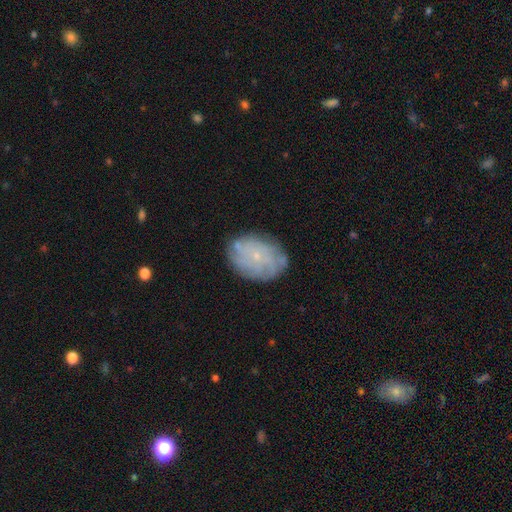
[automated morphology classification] type=featured or disk (60%); edge-on=no (96%); bar=no (85%); spiral arms=yes (72%); bulge=small (84%); merging=none (77%).